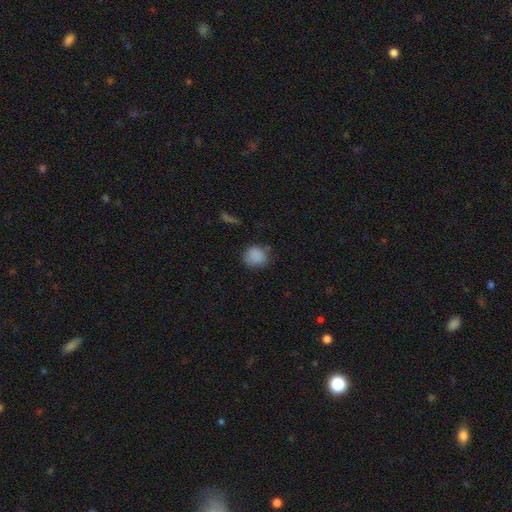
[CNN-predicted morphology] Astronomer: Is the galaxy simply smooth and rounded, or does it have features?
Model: smooth — 85%.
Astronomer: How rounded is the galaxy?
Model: round — 78%.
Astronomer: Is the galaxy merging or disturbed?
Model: none — 71%.